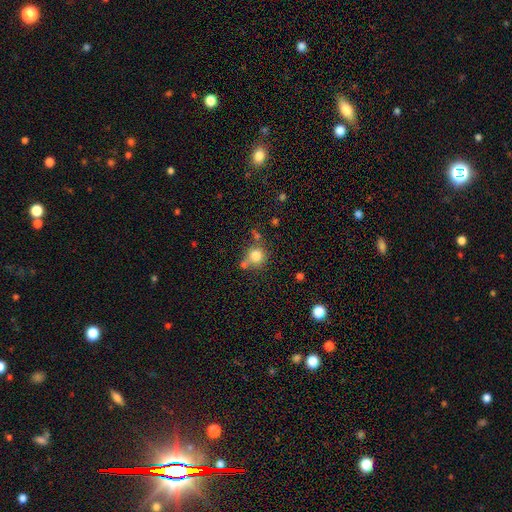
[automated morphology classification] This appears to be a smooth galaxy with no disk features (80%) that is round (88%). Merging: none (57%).